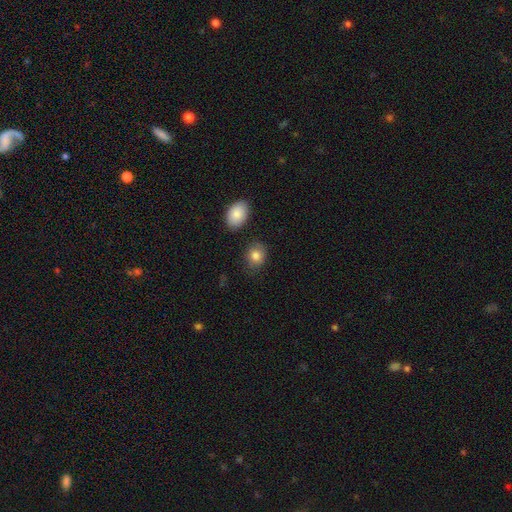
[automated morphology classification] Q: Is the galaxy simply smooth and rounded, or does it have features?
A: smooth — 84%.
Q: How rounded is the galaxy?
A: round — 51%.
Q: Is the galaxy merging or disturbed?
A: none — 78%.